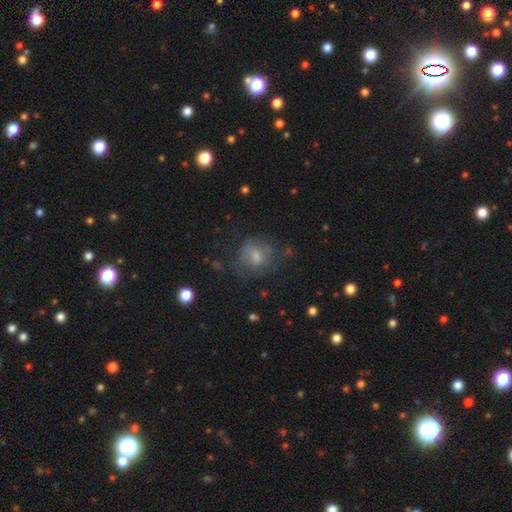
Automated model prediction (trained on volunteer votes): This is possibly a smooth galaxy (54%). How rounded: likely round (74%). Merging: likely none (60%).